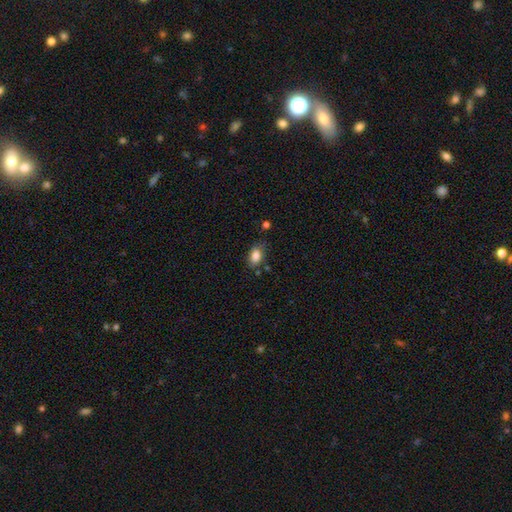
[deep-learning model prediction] smooth-or-featured: smooth: 84% | star or artifact: 8% | featured or disk: 7%
  how-rounded: in between: 87% | round: 11% | cigar-shaped: 2%
  merging: none: 73% | minor disturbance: 19% | major disturbance: 4% | merger: 4%